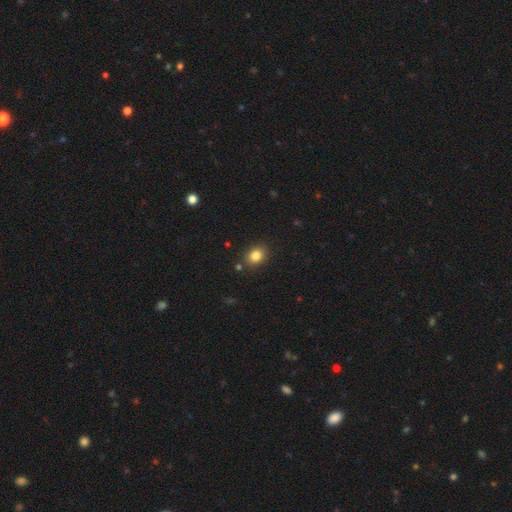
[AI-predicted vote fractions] A smooth galaxy with no disk features (82%) that is in between round and cigar-shaped (51%).

Vote fractions:
- Smooth or featured? smooth: 82% / star or artifact: 11% / featured or disk: 7%
- How rounded? in between: 51% / round: 48% / cigar-shaped: 1%
- Merging? none: 85% / minor disturbance: 9% / merger: 3% / major disturbance: 2%